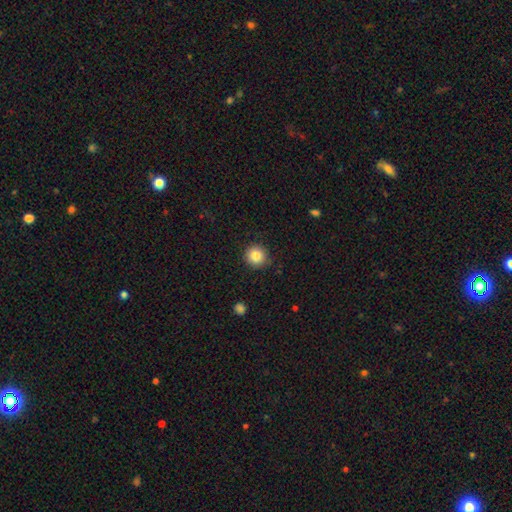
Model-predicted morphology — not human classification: type=smooth (85%); roundness=round (93%); merging=none (88%).